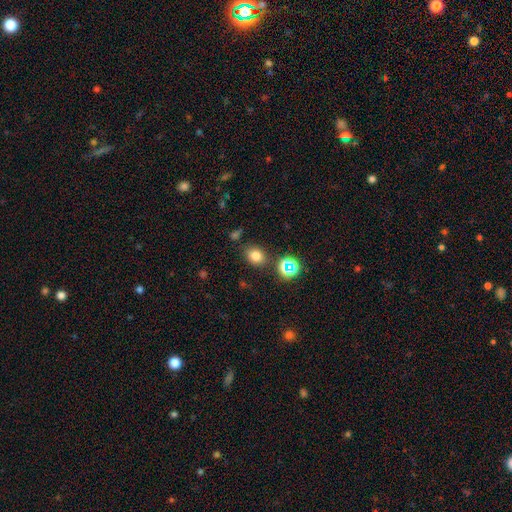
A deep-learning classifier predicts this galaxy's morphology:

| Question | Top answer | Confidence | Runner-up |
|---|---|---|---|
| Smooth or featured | smooth | 76% | star or artifact (17%) |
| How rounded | round | 51% | in between (48%) |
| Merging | none | 80% | minor disturbance (11%) |